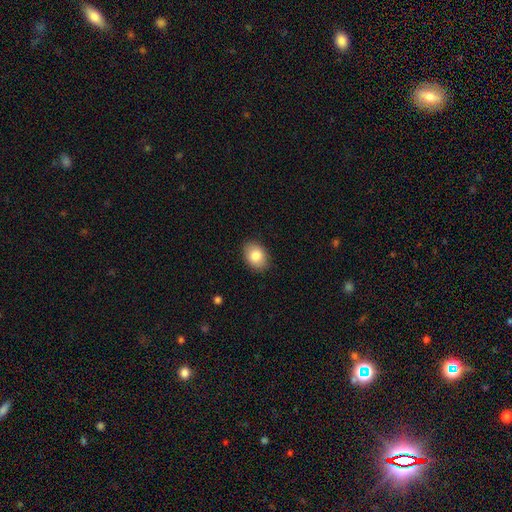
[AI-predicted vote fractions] A smooth galaxy with no disk features (85%) that is in between round and cigar-shaped (78%).

Vote fractions:
- Smooth or featured? smooth: 85% / featured or disk: 8% / star or artifact: 7%
- How rounded? in between: 78% / round: 21% / cigar-shaped: 1%
- Merging? none: 88% / minor disturbance: 9% / major disturbance: 2% / merger: 1%